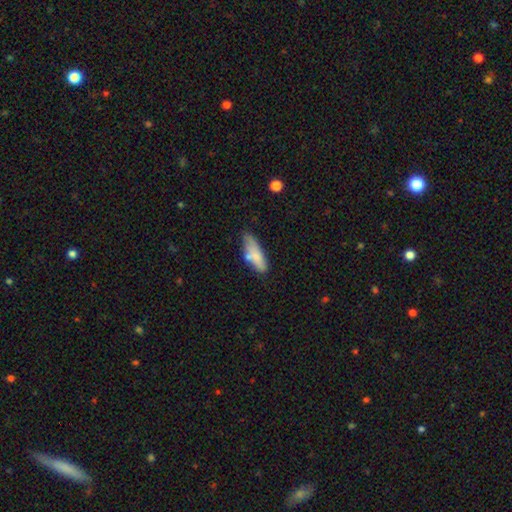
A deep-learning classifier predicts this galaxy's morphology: Smooth or featured? Predicted: smooth (p=0.75). How rounded? Predicted: in between (p=0.59). Merging? Predicted: none (p=0.53).